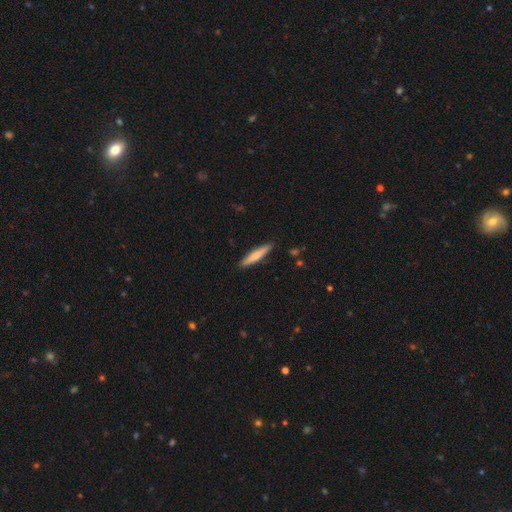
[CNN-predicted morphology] Smooth or featured? Predicted: smooth (p=0.66). How rounded? Predicted: cigar-shaped (p=0.89). Merging? Predicted: none (p=0.89).